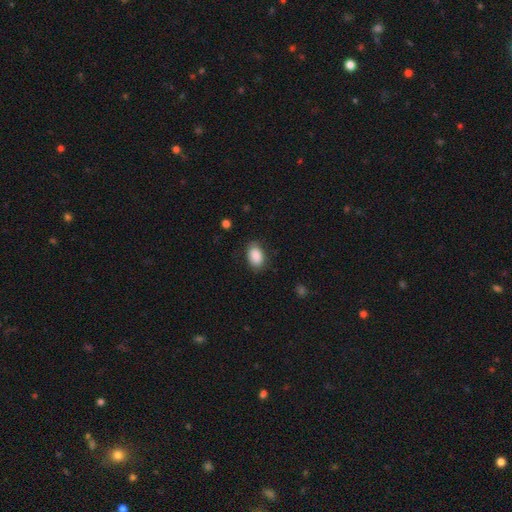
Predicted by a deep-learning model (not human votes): smooth_or_featured: smooth (p=0.88) [alt: star or artifact p=0.07]
how_rounded: in between (p=0.88) [alt: round p=0.10]
merging: none (p=0.81) [alt: minor disturbance p=0.14]